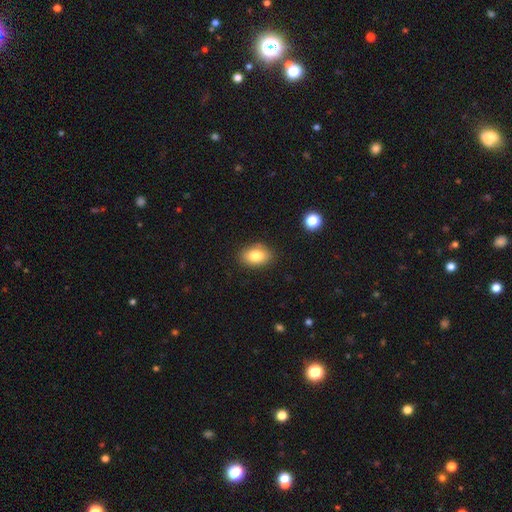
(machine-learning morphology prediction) Smooth or featured? Predicted: smooth (p=0.82). How rounded? Predicted: in between (p=0.83). Merging? Predicted: none (p=0.86).